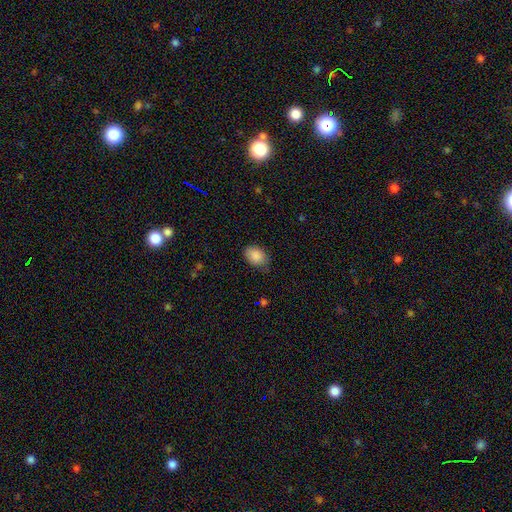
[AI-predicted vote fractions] This is clearly a smooth galaxy (88%). How rounded: likely in between (80%). Merging: likely none (67%).